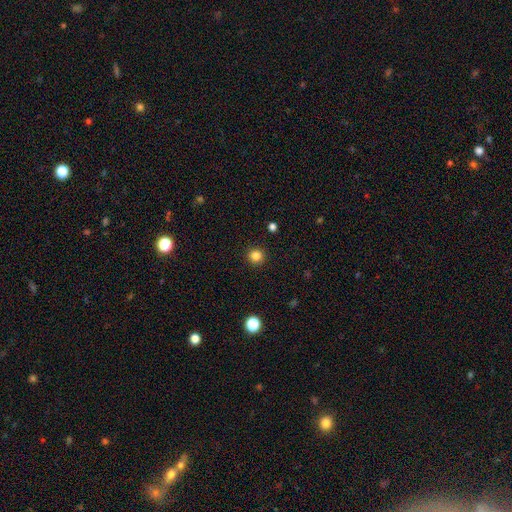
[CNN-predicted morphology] A smooth galaxy with no disk features (83%) that is round (95%). Merging: none (93%).